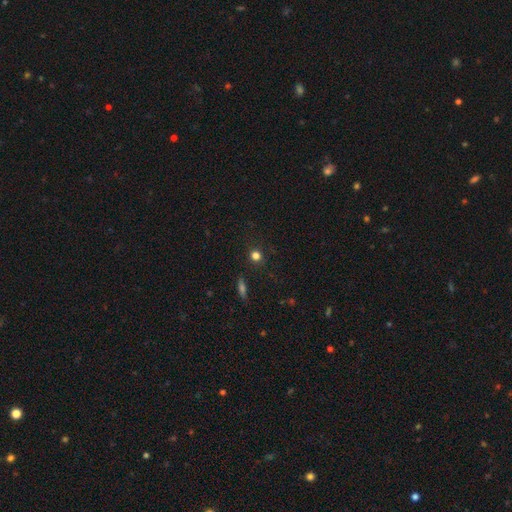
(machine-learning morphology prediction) Overall: smooth (77%). How rounded: round (90%). Merging: none (87%).